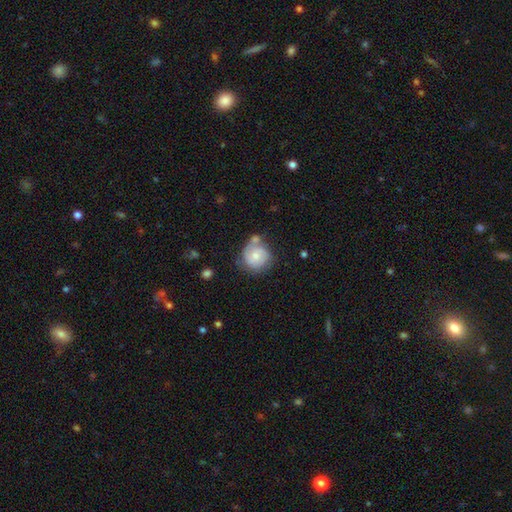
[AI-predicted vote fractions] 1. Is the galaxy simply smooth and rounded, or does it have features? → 52% featured or disk, 42% smooth, 7% star or artifact.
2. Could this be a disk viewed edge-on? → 98% no, 2% yes.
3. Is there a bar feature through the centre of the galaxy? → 74% no, 22% weak, 3% strong.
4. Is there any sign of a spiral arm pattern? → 80% yes, 20% no.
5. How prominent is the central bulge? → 47% moderate, 46% small, 3% none, 3% large, 1% dominant.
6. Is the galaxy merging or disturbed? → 48% none, 23% minor disturbance, 18% merger, 11% major disturbance.